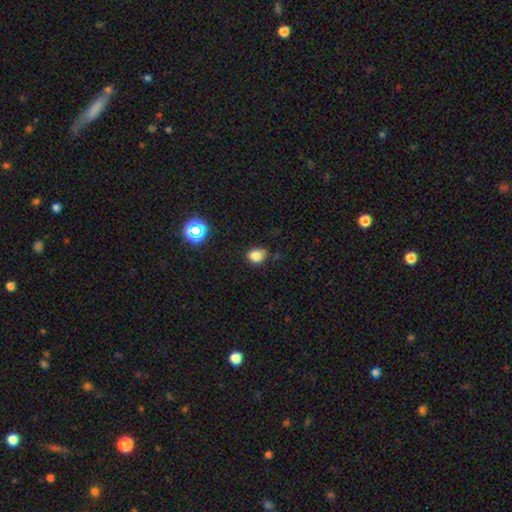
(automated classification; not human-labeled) Smooth or featured? smooth (80%)
How rounded? round (57%)
Merging? none (71%)